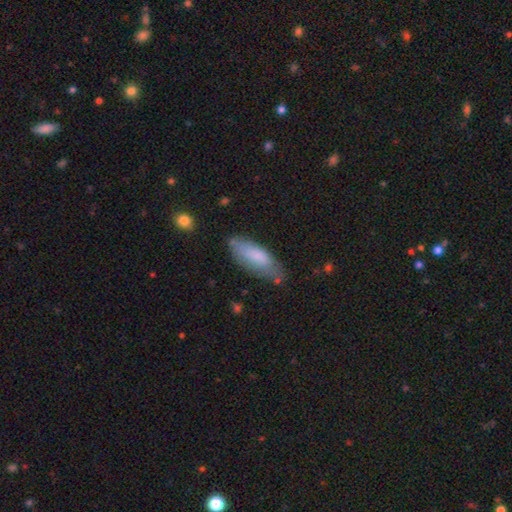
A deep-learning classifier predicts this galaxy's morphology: Smooth or featured? Predicted: smooth (p=0.78). How rounded? Predicted: in between (p=0.61). Merging? Predicted: none (p=0.66).